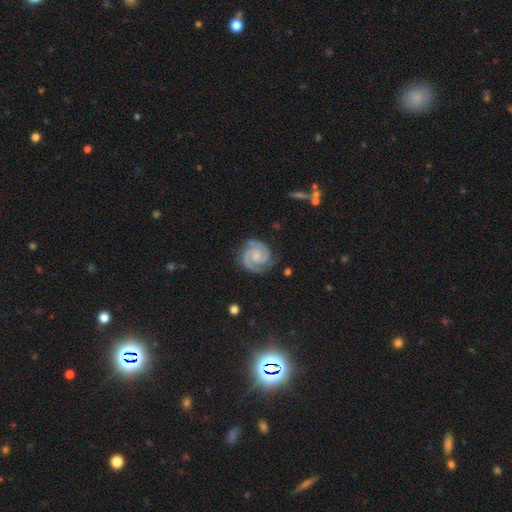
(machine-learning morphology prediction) Q: Smooth or featured?
A: featured or disk (92%); runner-up: smooth (4%)
Q: Edge-on disk?
A: no (98%); runner-up: yes (2%)
Q: Bar?
A: no (64%); runner-up: weak (28%)
Q: Spiral arms?
A: yes (99%); runner-up: no (1%)
Q: Spiral winding?
A: tight (68%); runner-up: medium (29%)
Q: Spiral arm count?
A: 2 (90%); runner-up: 3 (4%)
Q: Bulge size?
A: small (51%); runner-up: moderate (29%)
Q: Merging?
A: none (80%); runner-up: minor disturbance (14%)